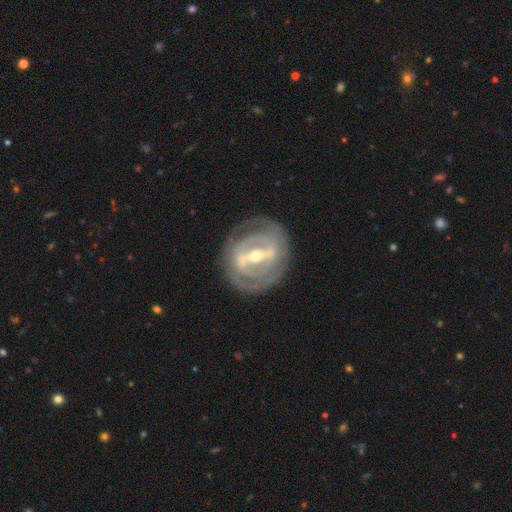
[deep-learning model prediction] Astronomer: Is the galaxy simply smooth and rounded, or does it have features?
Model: featured or disk — 87%.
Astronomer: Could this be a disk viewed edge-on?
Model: no — 92%.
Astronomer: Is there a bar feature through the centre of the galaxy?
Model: strong — 75%.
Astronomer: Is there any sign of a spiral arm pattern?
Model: yes — 76%.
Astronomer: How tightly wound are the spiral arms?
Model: tight — 67%.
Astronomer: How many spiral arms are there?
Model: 2 — 47% (runner-up: can't tell, 31%).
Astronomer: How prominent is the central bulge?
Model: moderate — 58% (runner-up: small, 38%).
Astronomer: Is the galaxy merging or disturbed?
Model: none — 79%.